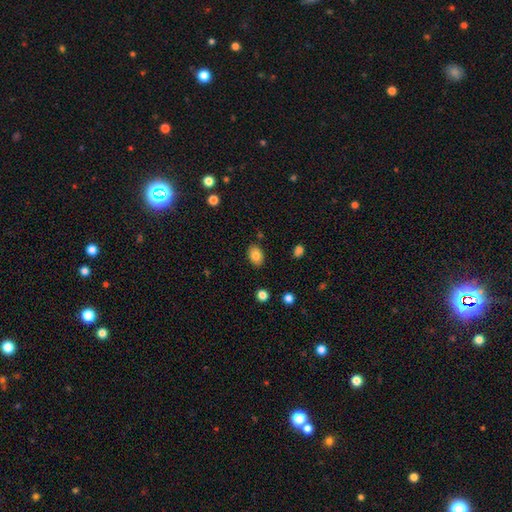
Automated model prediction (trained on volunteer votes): Q: Smooth or featured?
A: smooth (83%); runner-up: star or artifact (9%)
Q: How rounded?
A: in between (81%); runner-up: round (18%)
Q: Merging?
A: none (85%); runner-up: minor disturbance (10%)